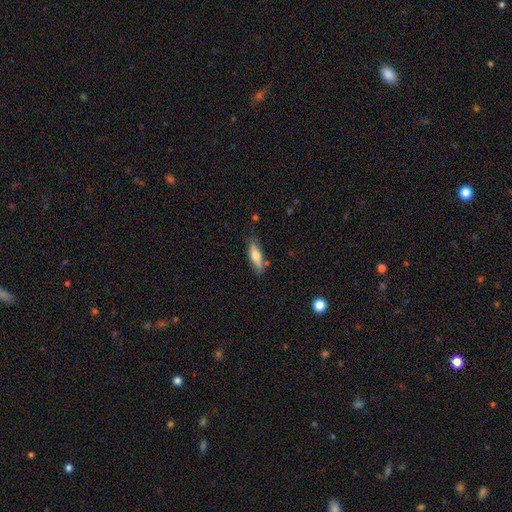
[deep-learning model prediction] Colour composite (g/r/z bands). It shows a smooth galaxy with no disk features (68%) that is cigar-shaped (52%). Merging: none (75%).